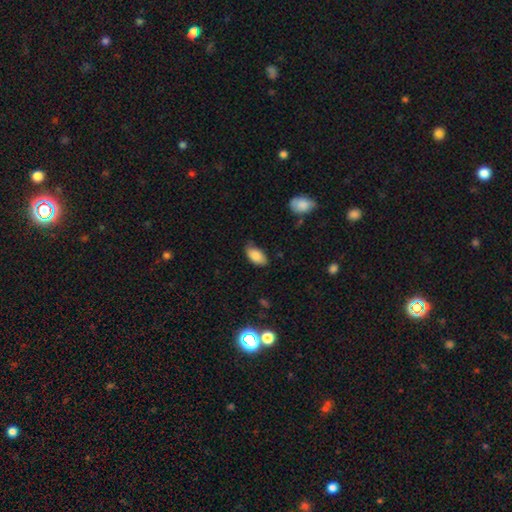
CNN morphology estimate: A smooth galaxy with no disk features (85%) that is in between round and cigar-shaped (94%). Merging: none (66%).